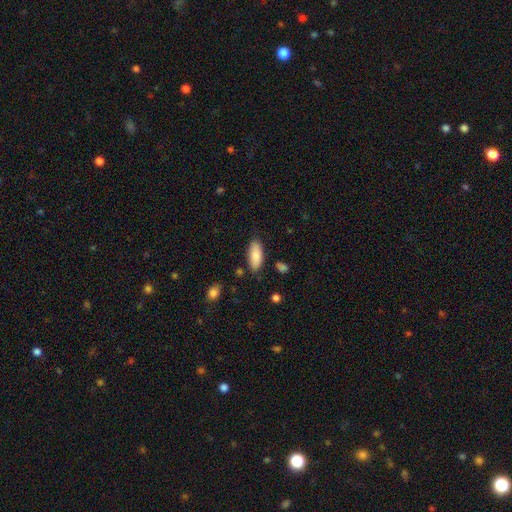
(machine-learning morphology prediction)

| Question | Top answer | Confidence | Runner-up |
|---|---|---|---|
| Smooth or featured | smooth | 87% | featured or disk (7%) |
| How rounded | in between | 84% | cigar-shaped (15%) |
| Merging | none | 82% | minor disturbance (13%) |